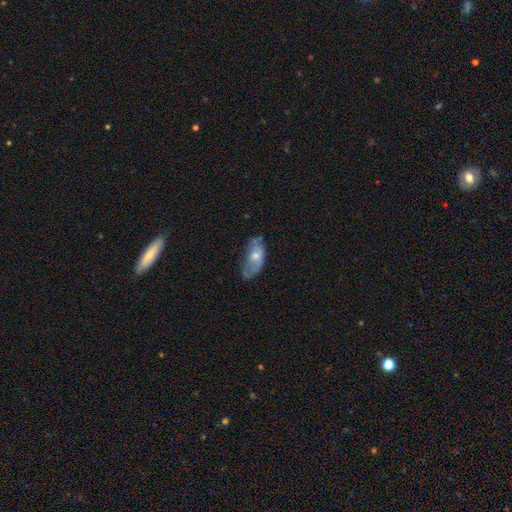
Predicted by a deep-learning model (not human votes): Q: Smooth or featured?
A: smooth (52%); runner-up: featured or disk (41%)
Q: How rounded?
A: in between (88%); runner-up: cigar-shaped (8%)
Q: Merging?
A: none (39%); runner-up: minor disturbance (35%)